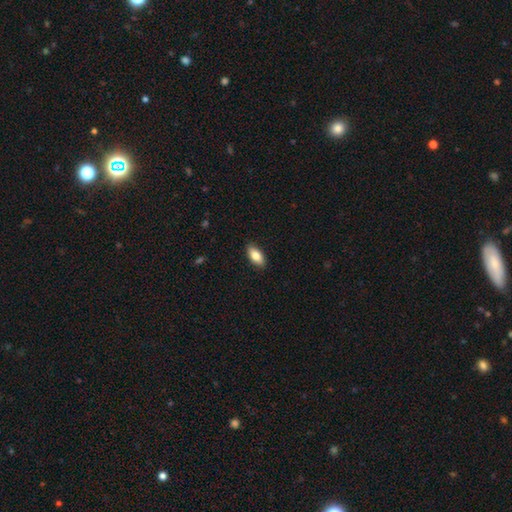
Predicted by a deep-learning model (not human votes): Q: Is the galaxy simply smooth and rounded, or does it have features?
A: smooth — 82%.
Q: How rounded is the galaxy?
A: in between — 89%.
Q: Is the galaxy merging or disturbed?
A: none — 89%.